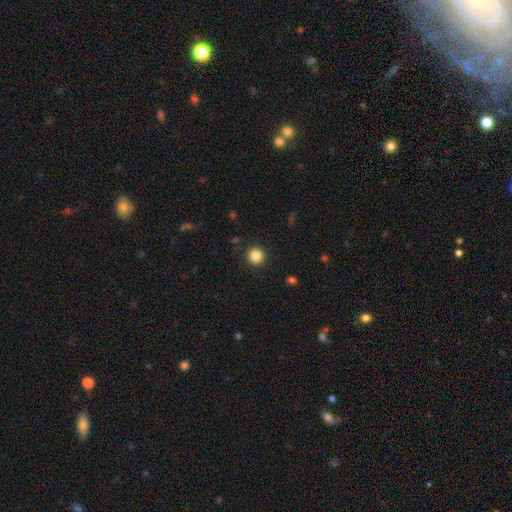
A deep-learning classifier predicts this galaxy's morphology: This is clearly a smooth galaxy (85%). How rounded: clearly round (94%). Merging: clearly none (91%).